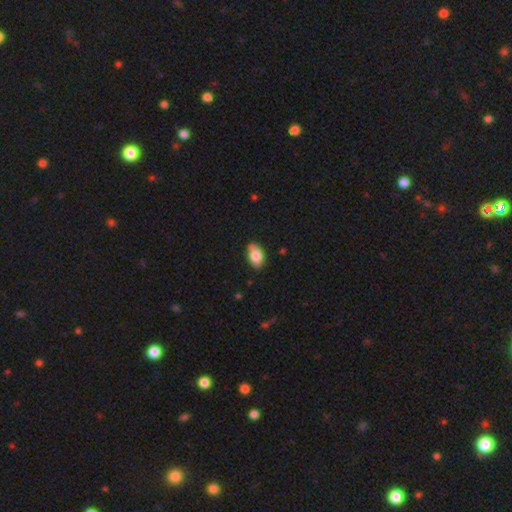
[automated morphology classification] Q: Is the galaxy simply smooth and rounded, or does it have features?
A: smooth — 82%.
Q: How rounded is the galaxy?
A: in between — 90%.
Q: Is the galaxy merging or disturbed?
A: none — 77%.